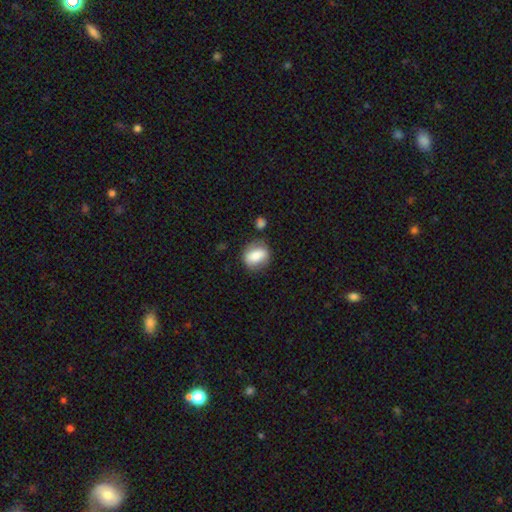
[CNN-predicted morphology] smooth-or-featured: smooth: 74% | featured or disk: 18% | star or artifact: 8%
  how-rounded: in between: 51% | round: 46% | cigar-shaped: 3%
  merging: none: 74% | minor disturbance: 16% | merger: 5% | major disturbance: 5%